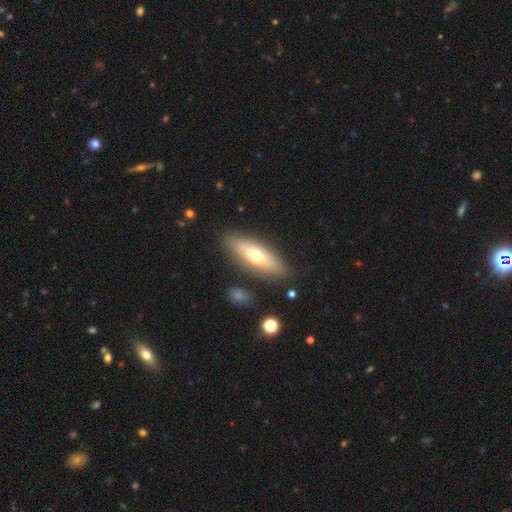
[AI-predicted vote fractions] This is possibly a smooth galaxy (57%). How rounded: possibly in between (49%). Merging: clearly none (85%).